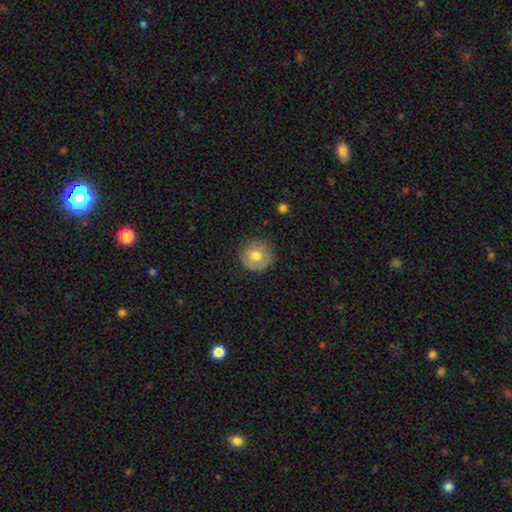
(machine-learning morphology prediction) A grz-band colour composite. It shows a smooth galaxy with no disk features (72%) that is round (94%). Merging: none (82%).